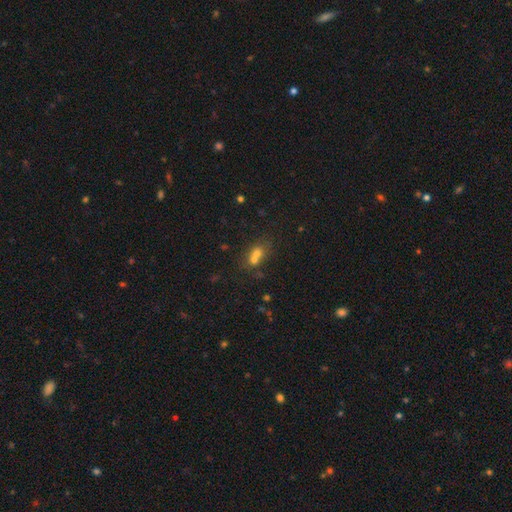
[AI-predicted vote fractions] smooth 63%, featured or disk 19%, star or artifact 18%. Down the decision tree: how rounded — round (62%); merging — merger (63%).